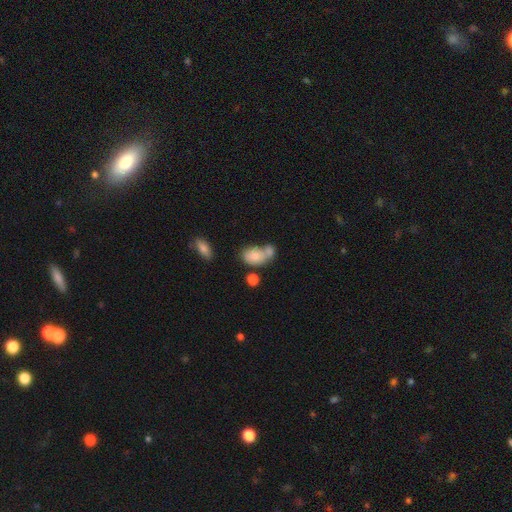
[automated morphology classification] Smooth or featured? smooth (78%)
How rounded? in between (83%)
Merging? merger (48%)